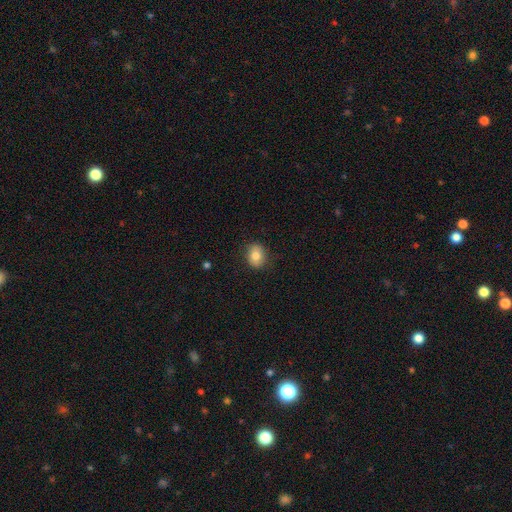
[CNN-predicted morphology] A smooth galaxy with no disk features (81%) that is in between round and cigar-shaped (52%).

Vote fractions:
- Smooth or featured? smooth: 81% / featured or disk: 10% / star or artifact: 9%
- How rounded? in between: 52% / round: 47% / cigar-shaped: 1%
- Merging? none: 85% / minor disturbance: 11% / major disturbance: 3% / merger: 1%